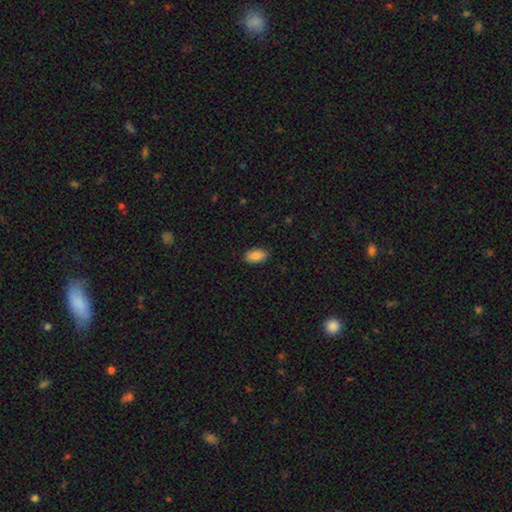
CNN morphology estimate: Overall: smooth (86%). How rounded: in between (93%). Merging: none (88%).